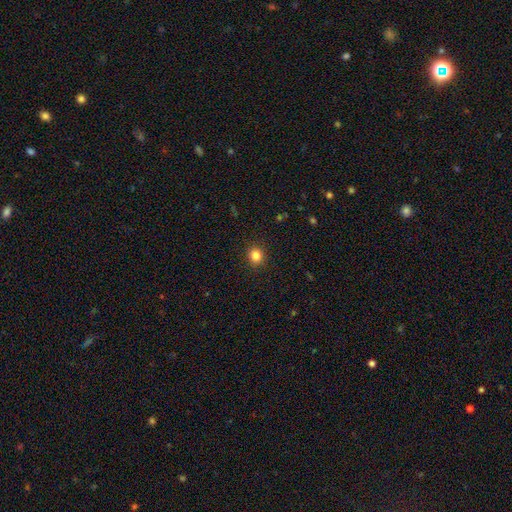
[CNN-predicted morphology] smooth 84%, star or artifact 12%, featured or disk 4%. Down the decision tree: how rounded — round (82%); merging — none (90%).